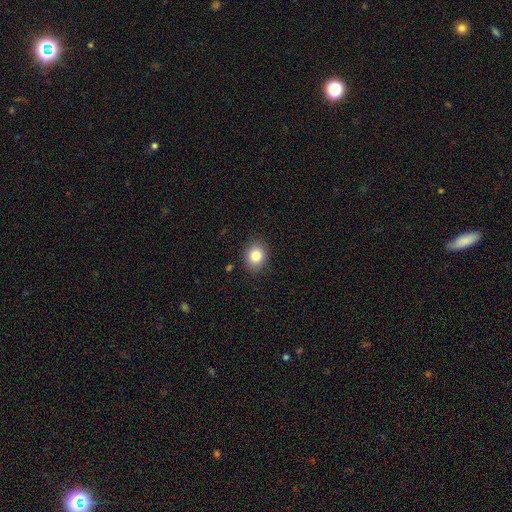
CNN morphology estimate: A smooth galaxy with no disk features (84%) that is round (61%).

Vote fractions:
- Smooth or featured? smooth: 84% / star or artifact: 10% / featured or disk: 6%
- How rounded? round: 61% / in between: 38% / cigar-shaped: 1%
- Merging? none: 87% / minor disturbance: 9% / major disturbance: 2% / merger: 1%